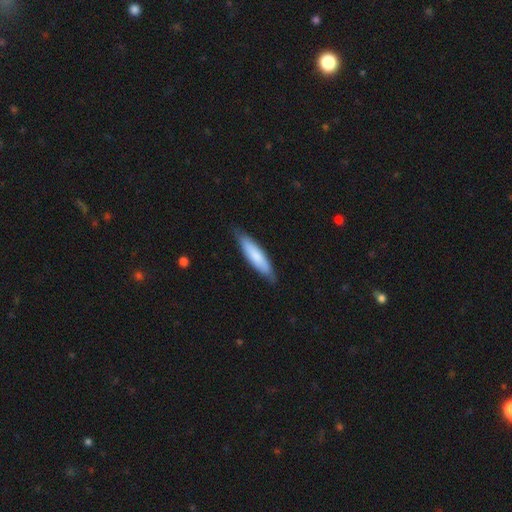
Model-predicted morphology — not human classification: Smooth or featured?
  - smooth: 74% *
  - featured or disk: 20%
  - star or artifact: 5%
How rounded?
  - cigar-shaped: 71% *
  - in between: 28%
  - round: 1%
Merging?
  - none: 80% *
  - minor disturbance: 17%
  - major disturbance: 2%
  - merger: 1%